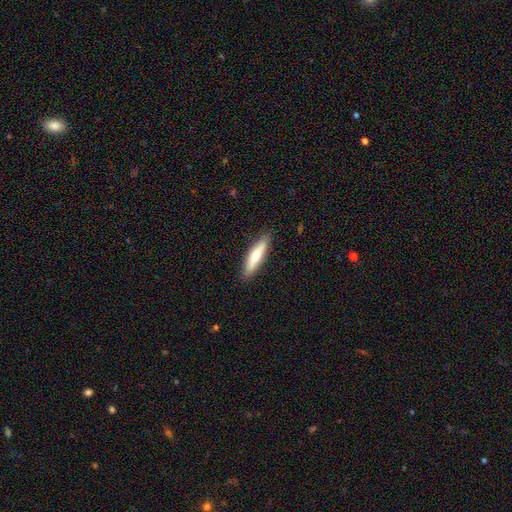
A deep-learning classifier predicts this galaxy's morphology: Q: Smooth or featured?
A: smooth (66%); runner-up: featured or disk (29%)
Q: How rounded?
A: cigar-shaped (79%); runner-up: in between (20%)
Q: Merging?
A: none (88%); runner-up: minor disturbance (9%)